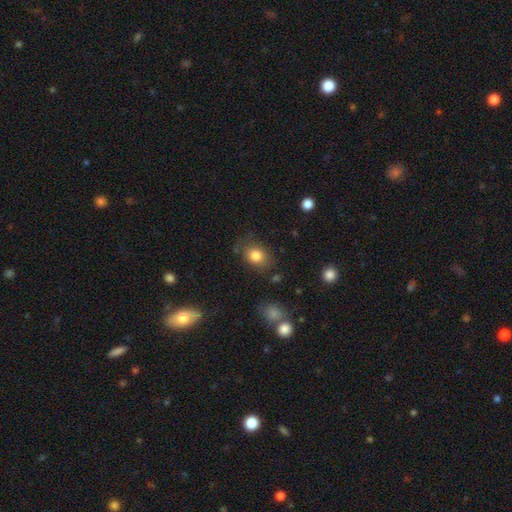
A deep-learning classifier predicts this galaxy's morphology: A smooth galaxy with no disk features (82%) that is in between round and cigar-shaped (58%).

Vote fractions:
- Smooth or featured? smooth: 82% / star or artifact: 9% / featured or disk: 8%
- How rounded? in between: 58% / round: 41% / cigar-shaped: 1%
- Merging? none: 73% / minor disturbance: 18% / major disturbance: 6% / merger: 3%